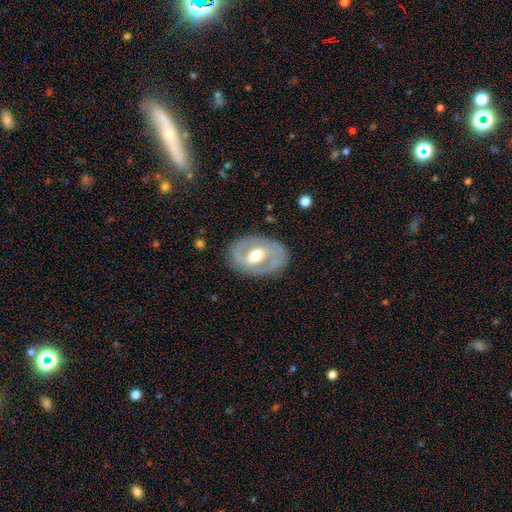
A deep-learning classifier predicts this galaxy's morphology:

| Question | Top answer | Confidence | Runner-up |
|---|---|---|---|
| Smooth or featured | featured or disk | 72% | smooth (23%) |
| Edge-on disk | no | 94% | yes (6%) |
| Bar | weak | 41% | no (32%) |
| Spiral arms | yes | 58% | no (42%) |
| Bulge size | moderate | 69% | large (19%) |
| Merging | none | 81% | minor disturbance (13%) |